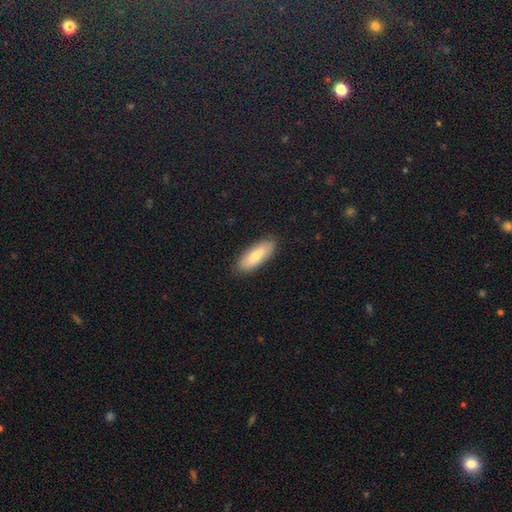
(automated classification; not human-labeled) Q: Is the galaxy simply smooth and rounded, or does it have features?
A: smooth — 75%.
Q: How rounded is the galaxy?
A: in between — 69%.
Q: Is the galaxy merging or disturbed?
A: none — 87%.